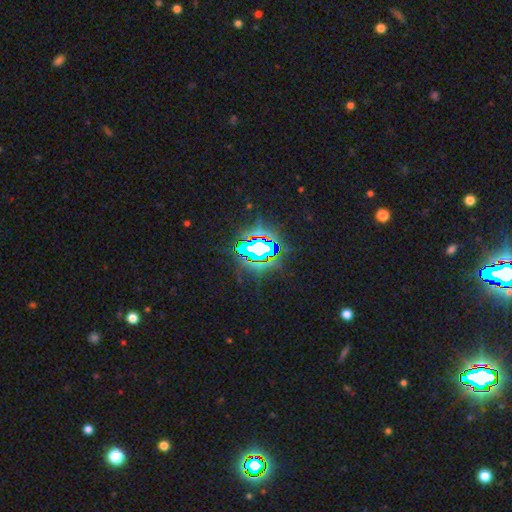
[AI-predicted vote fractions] star or artifact 80%, smooth 11%, featured or disk 9%.